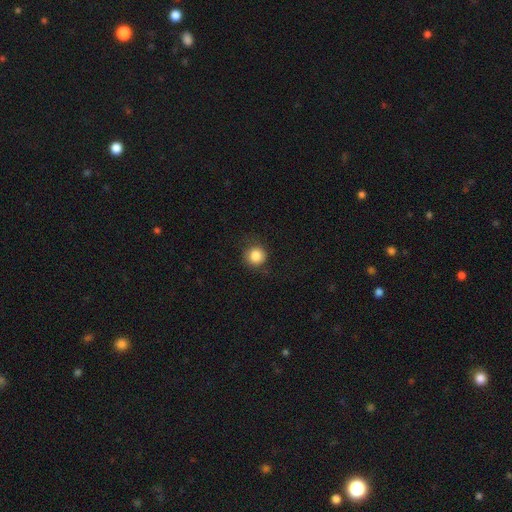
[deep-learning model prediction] Morphology: type=smooth (84%); roundness=round (91%); merging=none (79%).